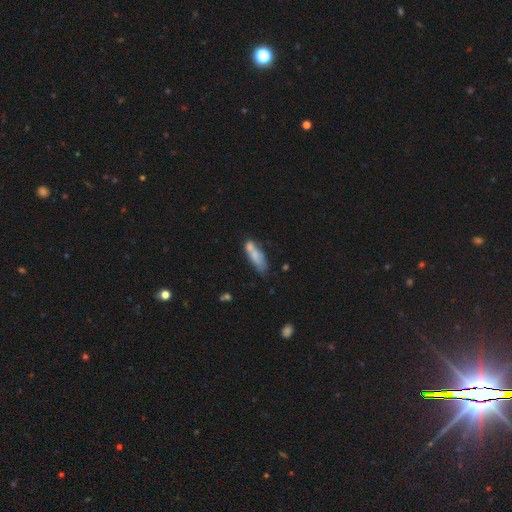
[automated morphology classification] This appears to be a smooth galaxy with no disk features (68%) that is in between round and cigar-shaped (54%). Merging: none (42%).